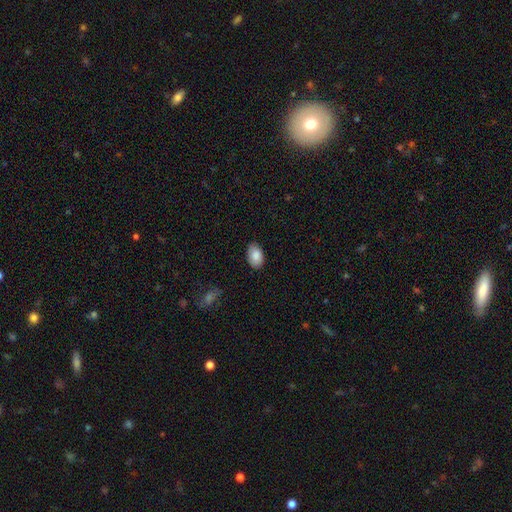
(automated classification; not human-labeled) Morphology: type=smooth (88%); roundness=in between (92%); merging=none (83%).